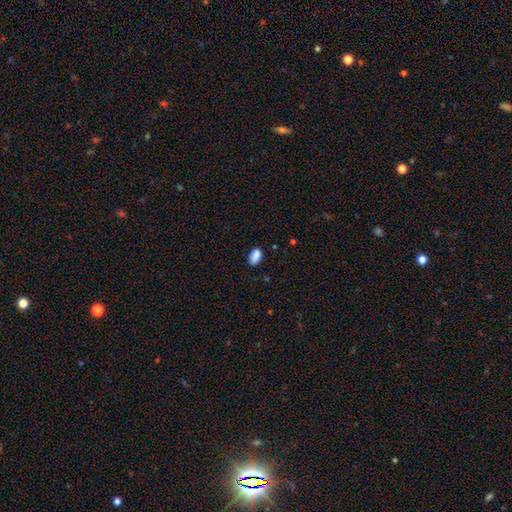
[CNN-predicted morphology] Smooth or featured? smooth (88%)
How rounded? in between (91%)
Merging? none (79%)